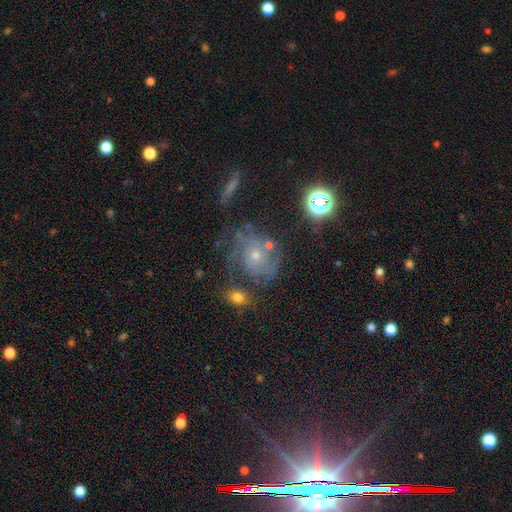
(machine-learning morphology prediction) Smooth or featured: featured or disk — 69% (smooth — 16%)
Edge-on disk: no — 97% (yes — 3%)
Bar: no — 79% (weak — 17%)
Spiral arms: yes — 86% (no — 14%)
Spiral winding: tight — 55% (medium — 34%)
Spiral arm count: can't tell — 42% (2 — 23%)
Bulge size: small — 59% (moderate — 36%)
Merging: none — 56% (minor disturbance — 20%)